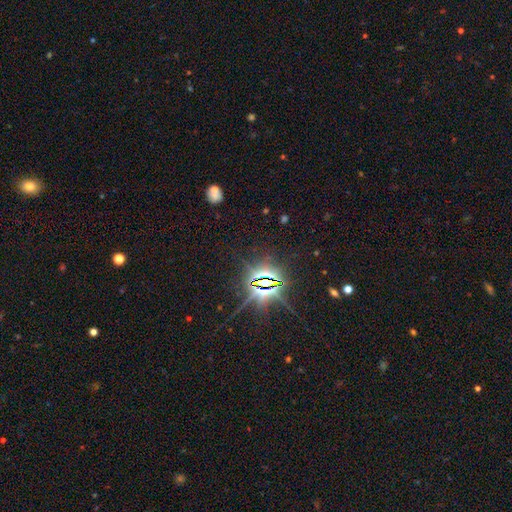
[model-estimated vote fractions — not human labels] smooth-or-featured: star or artifact: 81% | smooth: 12% | featured or disk: 8%